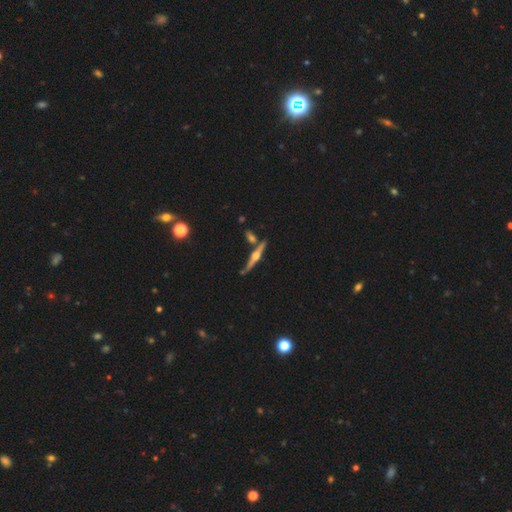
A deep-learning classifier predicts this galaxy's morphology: A featured or disk galaxy (83%) viewed edge-on (98%) with a rounded central bulge (95%).

Vote fractions:
- Smooth or featured? featured or disk: 83% / smooth: 11% / star or artifact: 6%
- Edge-on disk? yes: 98% / no: 2%
- Edge-on bulge? rounded: 95% / boxy: 3% / none: 2%
- Merging? none: 80% / merger: 9% / minor disturbance: 9% / major disturbance: 2%